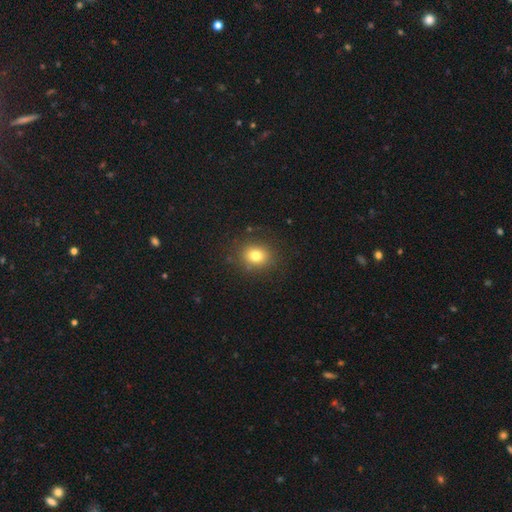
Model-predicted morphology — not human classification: smooth-or-featured: smooth: 79% | star or artifact: 13% | featured or disk: 8%
  how-rounded: round: 64% | in between: 36% | cigar-shaped: 1%
  merging: none: 85% | minor disturbance: 10% | major disturbance: 4% | merger: 1%